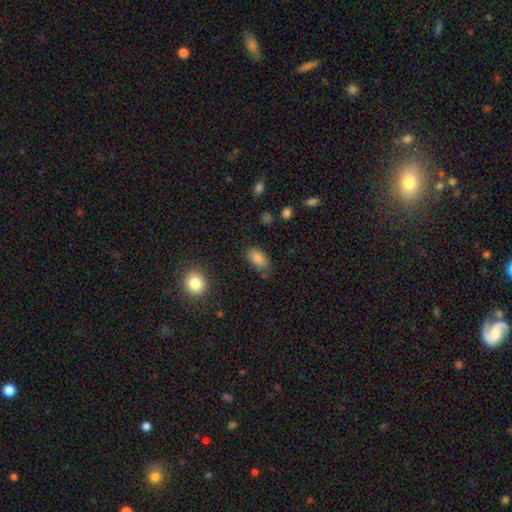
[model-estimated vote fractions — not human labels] smooth 82%, star or artifact 11%, featured or disk 7%. Down the decision tree: how rounded — in between (89%); merging — none (70%).